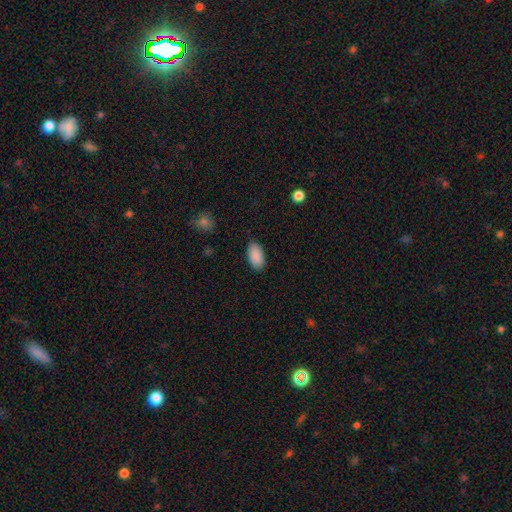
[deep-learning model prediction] Smooth or featured? Predicted: smooth (p=0.90). How rounded? Predicted: in between (p=0.95). Merging? Predicted: none (p=0.86).